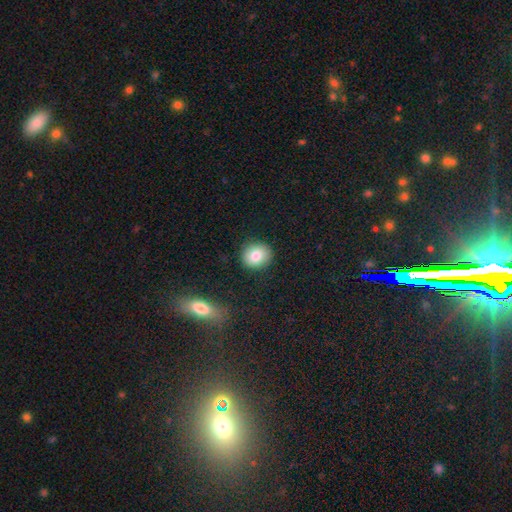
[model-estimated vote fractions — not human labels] A smooth galaxy with no disk features (83%) that is round (80%). Merging: none (88%).